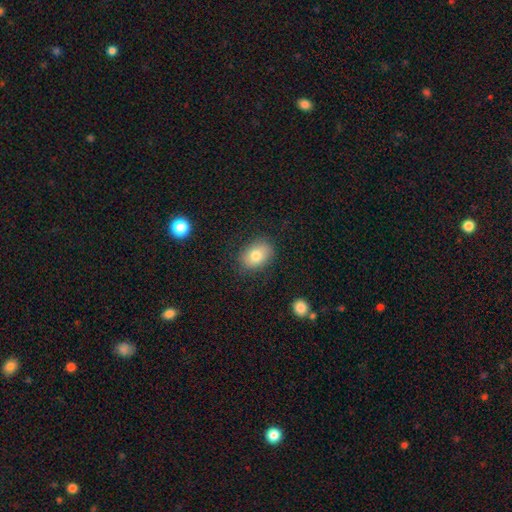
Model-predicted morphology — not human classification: A smooth galaxy with no disk features (78%) that is in between round and cigar-shaped (74%).

Vote fractions:
- Smooth or featured? smooth: 78% / featured or disk: 13% / star or artifact: 9%
- How rounded? in between: 74% / round: 25% / cigar-shaped: 1%
- Merging? none: 82% / minor disturbance: 13% / major disturbance: 4% / merger: 1%